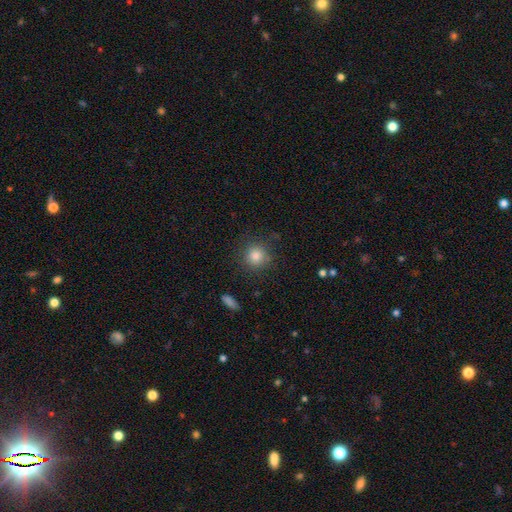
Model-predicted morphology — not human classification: Overall: smooth (84%). How rounded: round (92%). Merging: none (85%).